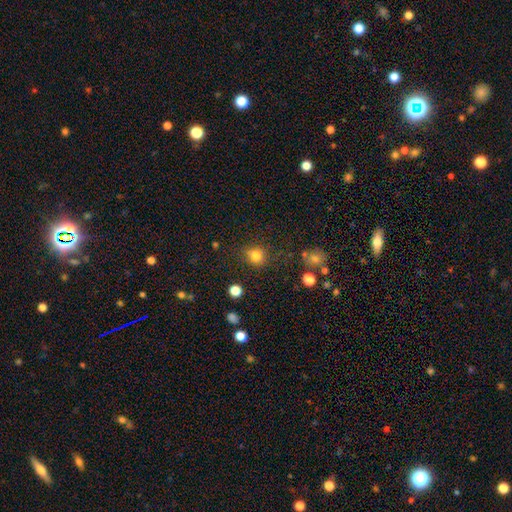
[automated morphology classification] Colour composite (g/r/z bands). It shows a smooth galaxy with no disk features (79%) that is round (82%). Merging: none (77%).